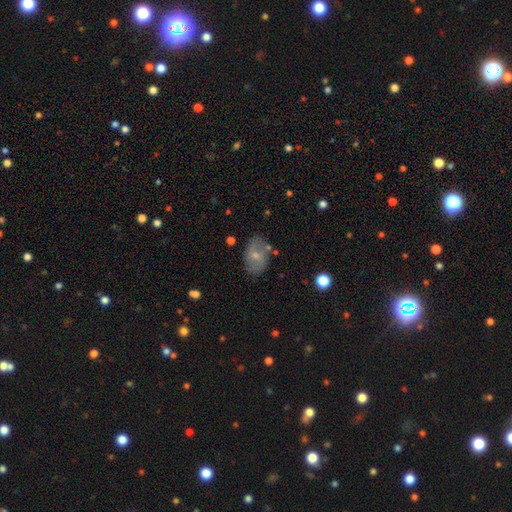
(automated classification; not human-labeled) A smooth galaxy with no disk features (50%). Merging: none (72%).